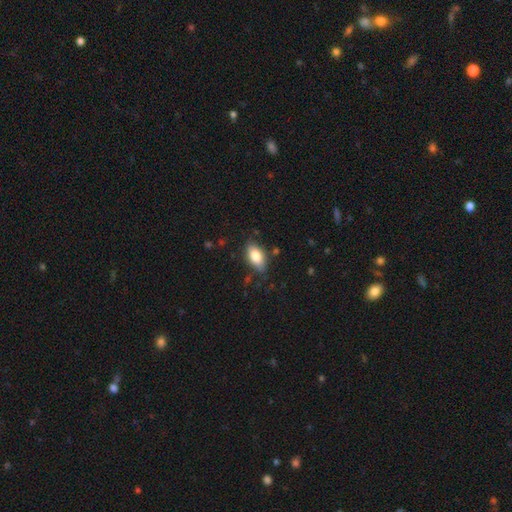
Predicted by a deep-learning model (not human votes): The model was most divided on "merging": none: 80%, minor disturbance: 15%, major disturbance: 3%, merger: 2%. More confident: how rounded — in between (91%); smooth or featured — smooth (81%).